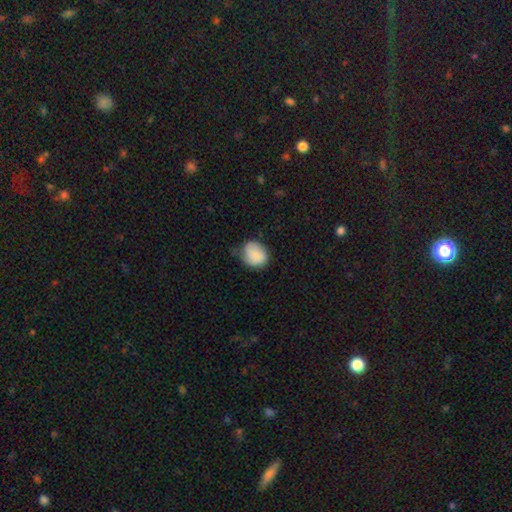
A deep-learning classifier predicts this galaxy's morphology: A smooth galaxy with no disk features (82%) that is round (63%). Merging: none (55%).